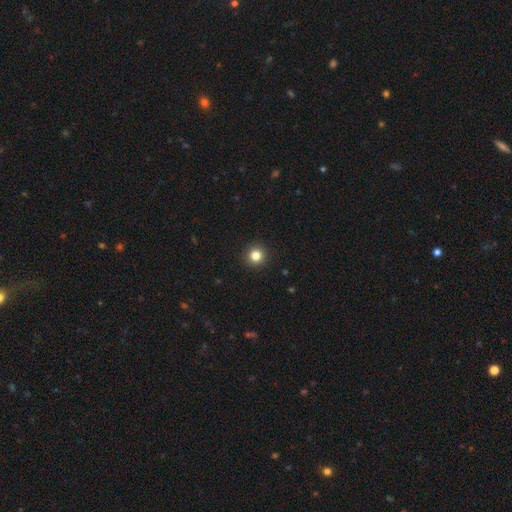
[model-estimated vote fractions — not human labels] Smooth or featured?
  - smooth: 82% *
  - star or artifact: 12%
  - featured or disk: 5%
How rounded?
  - round: 95% *
  - in between: 4%
  - cigar-shaped: 1%
Merging?
  - none: 94% *
  - minor disturbance: 4%
  - major disturbance: 1%
  - merger: 1%